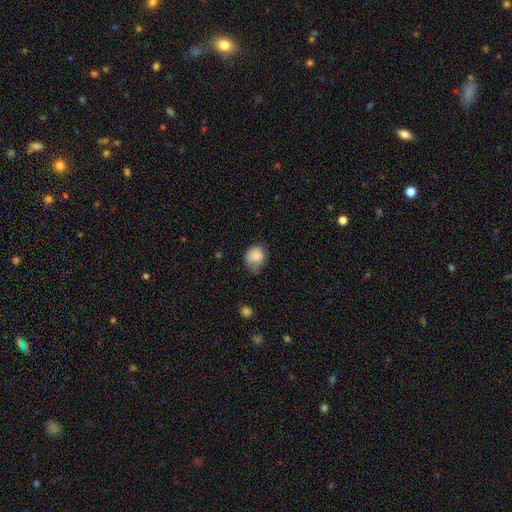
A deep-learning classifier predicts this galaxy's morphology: Smooth or featured? Predicted: smooth (p=0.81). How rounded? Predicted: round (p=0.61). Merging? Predicted: none (p=0.44).